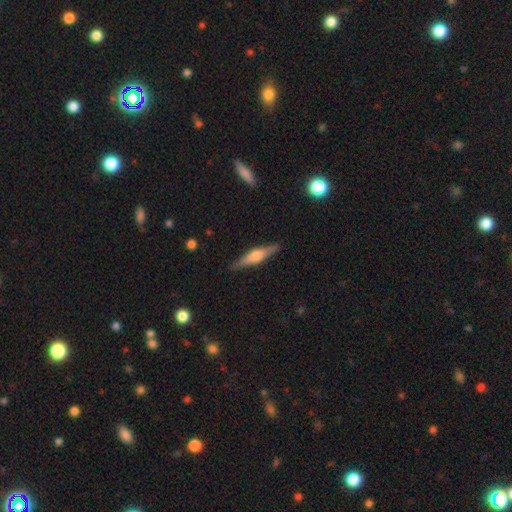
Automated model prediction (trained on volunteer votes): Q: Smooth or featured?
A: featured or disk (65%); runner-up: smooth (29%)
Q: Edge-on disk?
A: yes (97%); runner-up: no (3%)
Q: Edge-on bulge?
A: rounded (85%); runner-up: boxy (11%)
Q: Merging?
A: none (89%); runner-up: minor disturbance (8%)